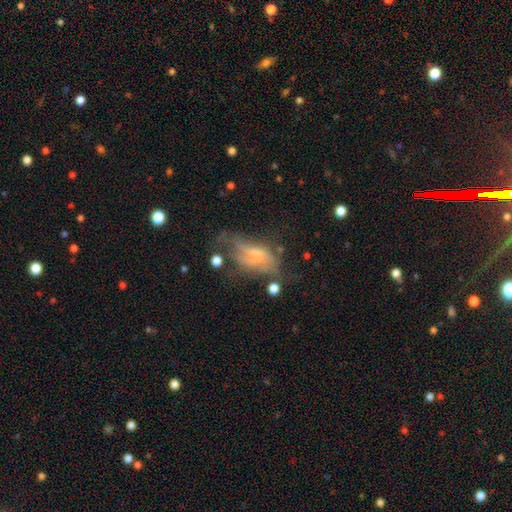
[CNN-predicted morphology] Overall: featured or disk (53%; smooth 33%). Edge-on disk: no (87%). Merging: major disturbance (41%; none 28%).